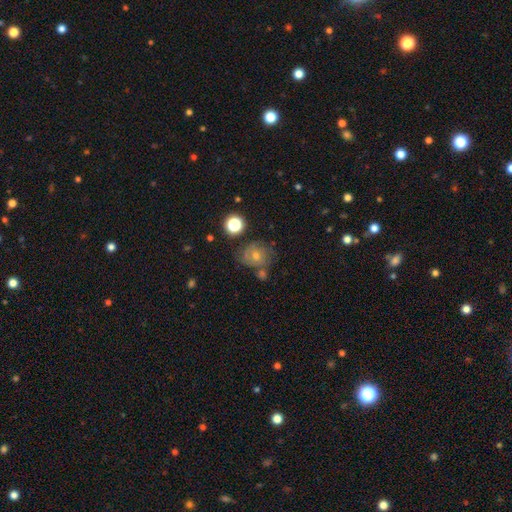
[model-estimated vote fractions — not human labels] Smooth or featured: featured or disk — 43% (smooth — 35%)
Merging: none — 67% (minor disturbance — 16%)